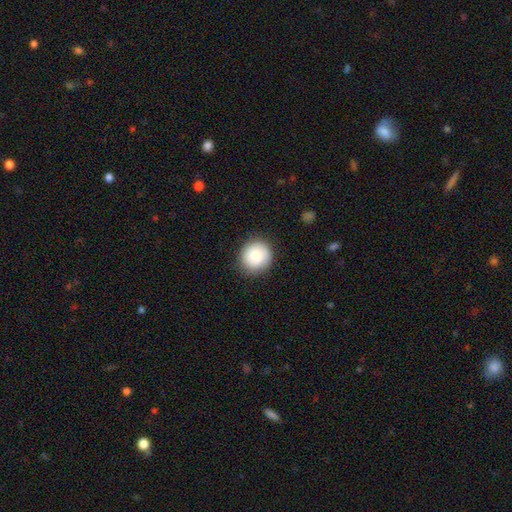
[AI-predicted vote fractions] Smooth or featured? Predicted: smooth (p=0.84). How rounded? Predicted: round (p=0.90). Merging? Predicted: none (p=0.86).